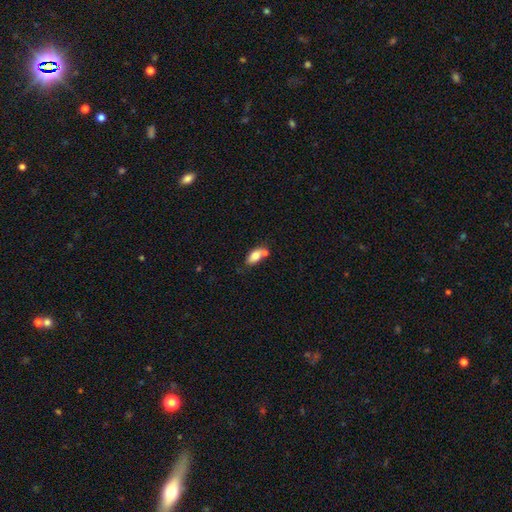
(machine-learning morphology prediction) type=smooth (77%); roundness=in between (88%); merging=none (45%).